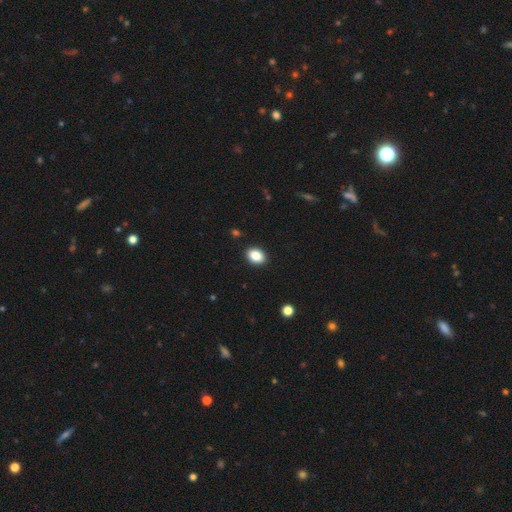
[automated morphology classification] smooth_or_featured: smooth (p=0.87) [alt: star or artifact p=0.09]
how_rounded: in between (p=0.73) [alt: round p=0.26]
merging: none (p=0.91) [alt: minor disturbance p=0.06]